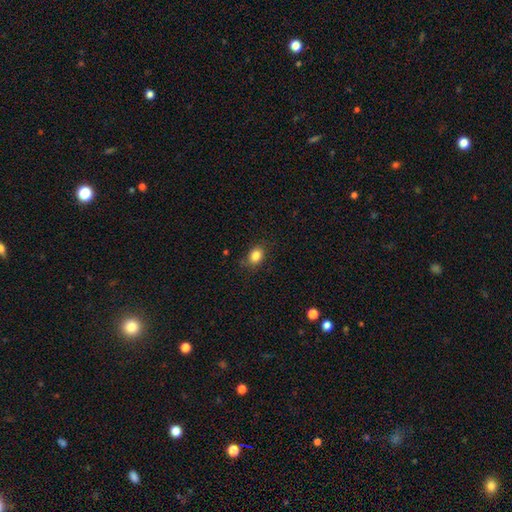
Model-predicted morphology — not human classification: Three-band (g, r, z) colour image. It shows a smooth galaxy with no disk features (84%) that is in between round and cigar-shaped (64%). Merging: none (82%).